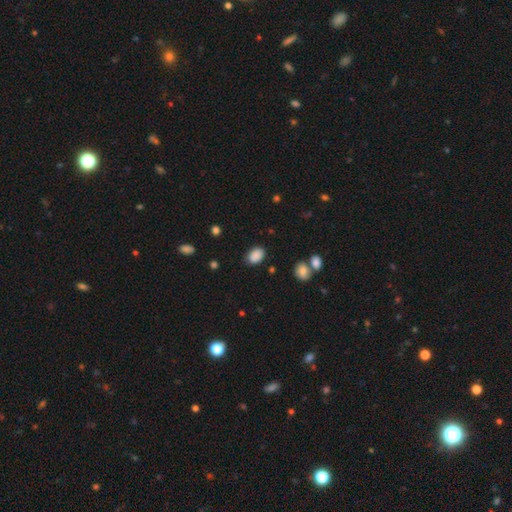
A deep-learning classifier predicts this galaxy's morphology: Overall: smooth (88%). How rounded: in between (83%). Merging: none (81%).